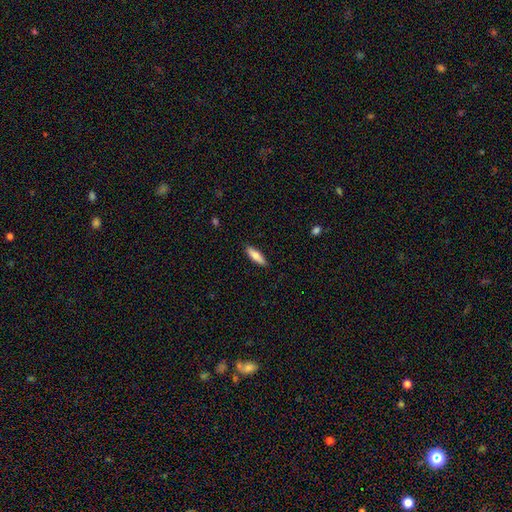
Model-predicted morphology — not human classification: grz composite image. It shows a smooth galaxy with no disk features (72%) that is cigar-shaped (57%). Merging: none (89%).